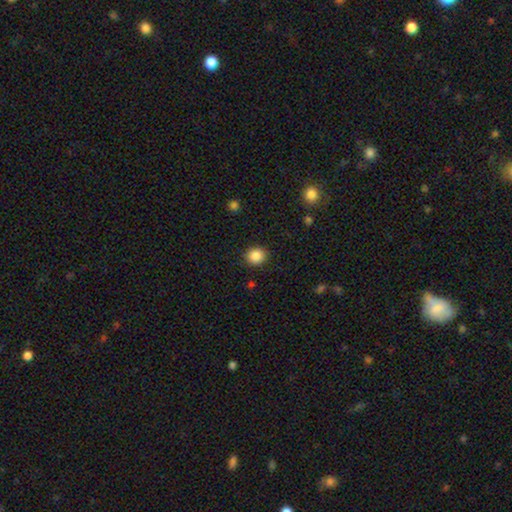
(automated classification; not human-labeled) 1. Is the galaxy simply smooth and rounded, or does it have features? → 87% smooth, 10% star or artifact, 3% featured or disk.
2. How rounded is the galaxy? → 82% round, 17% in between, 1% cigar-shaped.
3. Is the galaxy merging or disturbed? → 89% none, 7% minor disturbance, 2% major disturbance, 1% merger.